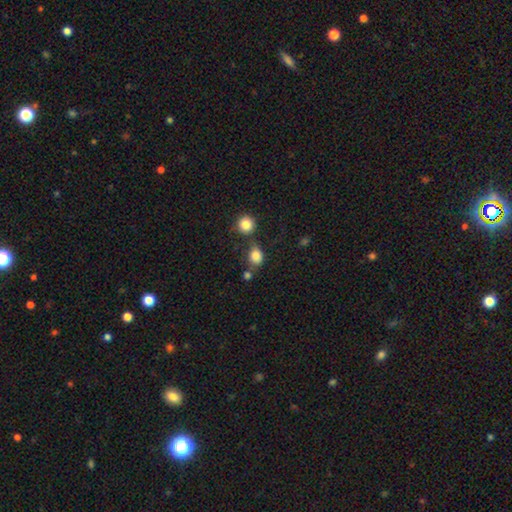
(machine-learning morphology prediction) A smooth galaxy with no disk features (82%) that is in between round and cigar-shaped (52%).

Vote fractions:
- Smooth or featured? smooth: 82% / star or artifact: 11% / featured or disk: 7%
- How rounded? in between: 52% / round: 47% / cigar-shaped: 1%
- Merging? none: 57% / minor disturbance: 19% / merger: 17% / major disturbance: 7%